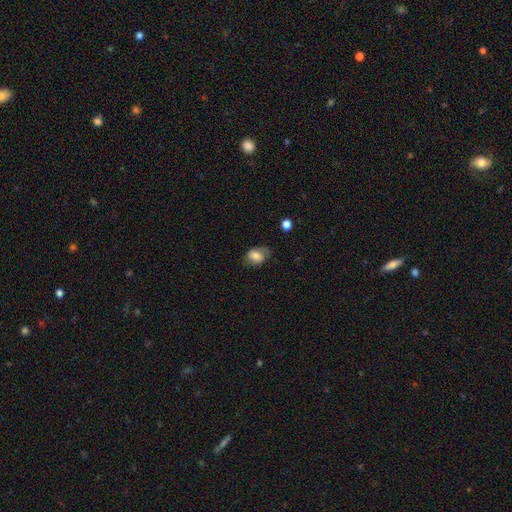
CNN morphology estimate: smooth-or-featured: smooth: 70% | featured or disk: 21% | star or artifact: 9%
  how-rounded: in between: 69% | round: 30% | cigar-shaped: 1%
  merging: none: 58% | minor disturbance: 28% | major disturbance: 13% | merger: 2%